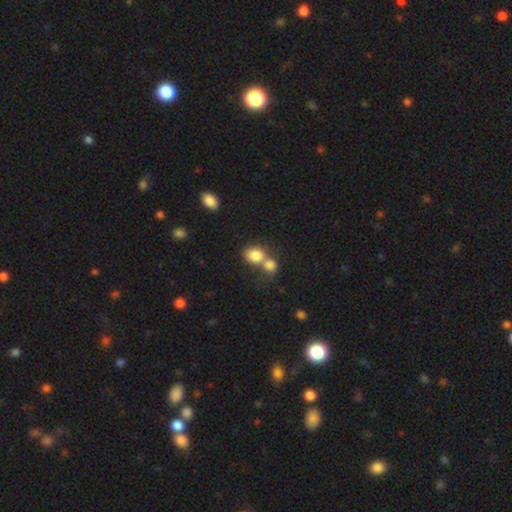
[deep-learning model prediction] smooth 82%, featured or disk 9%, star or artifact 9%. Down the decision tree: how rounded — in between (53%); merging — merger (61%).